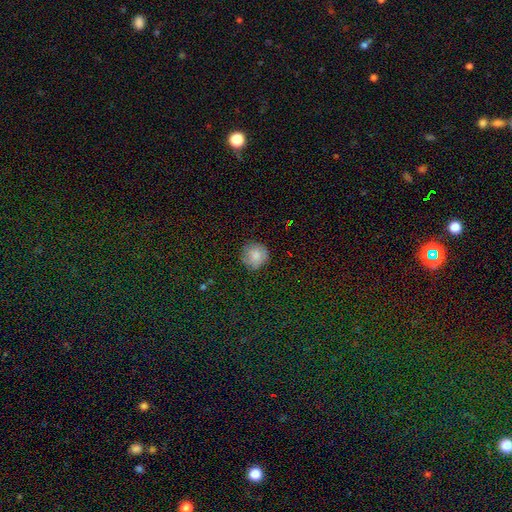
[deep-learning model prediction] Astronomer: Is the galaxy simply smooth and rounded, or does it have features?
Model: smooth — 80%.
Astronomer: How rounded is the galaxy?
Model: round — 93%.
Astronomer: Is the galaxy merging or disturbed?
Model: none — 80%.